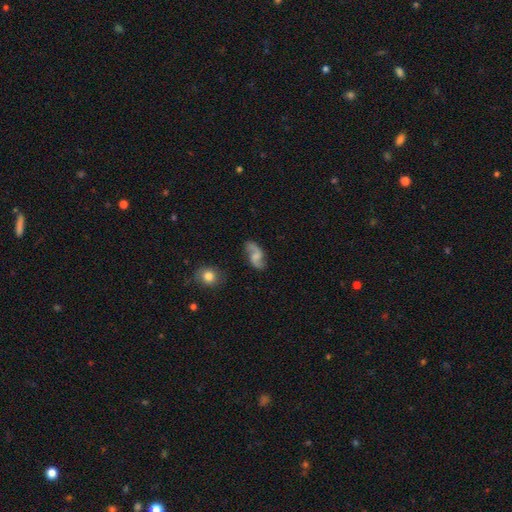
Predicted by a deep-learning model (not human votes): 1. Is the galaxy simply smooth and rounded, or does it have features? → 74% featured or disk, 19% smooth, 7% star or artifact.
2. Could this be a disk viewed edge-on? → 97% no, 3% yes.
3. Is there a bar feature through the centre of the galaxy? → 47% no, 45% weak, 9% strong.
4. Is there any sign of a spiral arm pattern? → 95% yes, 5% no.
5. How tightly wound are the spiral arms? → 66% loose, 27% medium, 7% tight.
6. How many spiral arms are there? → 92% 2, 3% can't tell, 2% 1, 1% 3, 1% 4, 1% more than 4.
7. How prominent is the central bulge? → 46% none, 26% small, 21% moderate, 6% large, 2% dominant.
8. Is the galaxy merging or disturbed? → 75% none, 16% minor disturbance, 5% major disturbance, 3% merger.